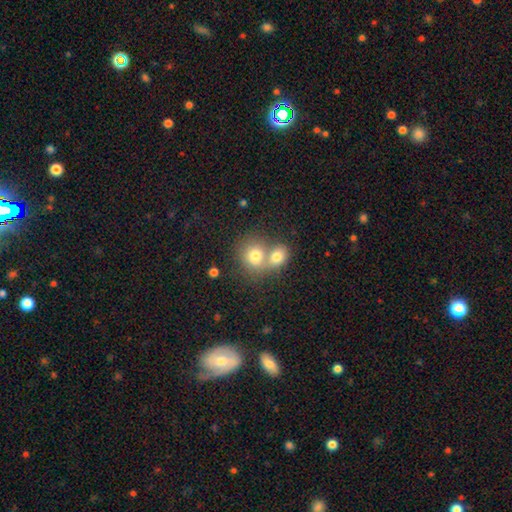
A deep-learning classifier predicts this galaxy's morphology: This appears to be a smooth galaxy with no disk features (74%) that is round (70%). Merging: merger (63%).